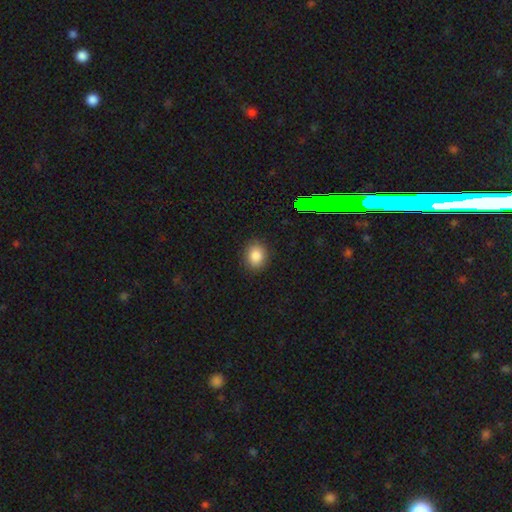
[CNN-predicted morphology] Q: Smooth or featured?
A: smooth (84%); runner-up: star or artifact (11%)
Q: How rounded?
A: round (55%); runner-up: in between (44%)
Q: Merging?
A: none (87%); runner-up: minor disturbance (9%)